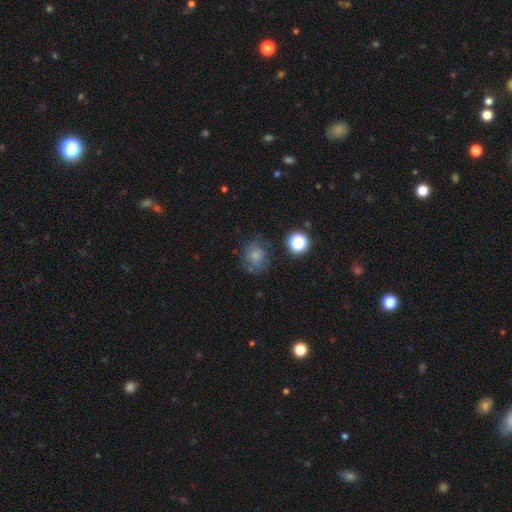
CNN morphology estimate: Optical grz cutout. It shows a smooth galaxy with no disk features (69%) that is round (77%). Merging: none (64%).